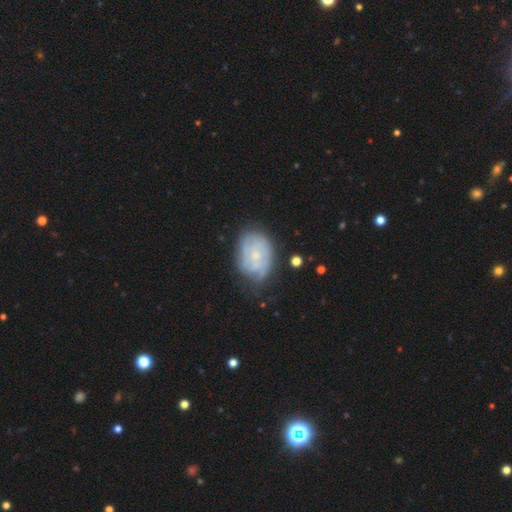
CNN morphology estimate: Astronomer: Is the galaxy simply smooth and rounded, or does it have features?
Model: featured or disk — 64%.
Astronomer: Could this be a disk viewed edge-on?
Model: no — 97%.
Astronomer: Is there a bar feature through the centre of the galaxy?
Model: no — 77%.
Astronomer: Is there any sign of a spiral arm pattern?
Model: yes — 80%.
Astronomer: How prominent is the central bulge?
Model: small — 67%.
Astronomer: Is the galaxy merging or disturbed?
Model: none — 59%.